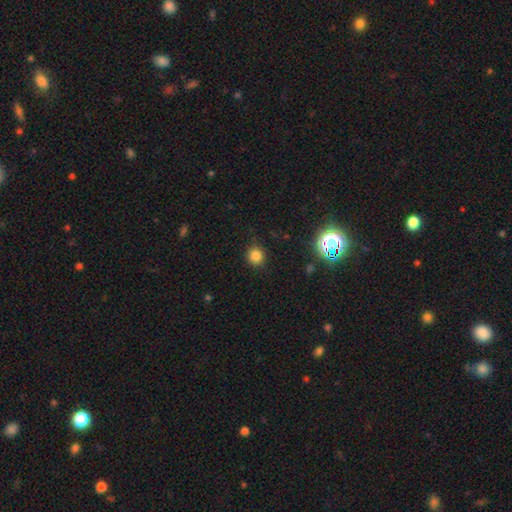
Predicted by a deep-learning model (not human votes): A smooth galaxy with no disk features (80%) that is round (89%). Merging: none (88%).